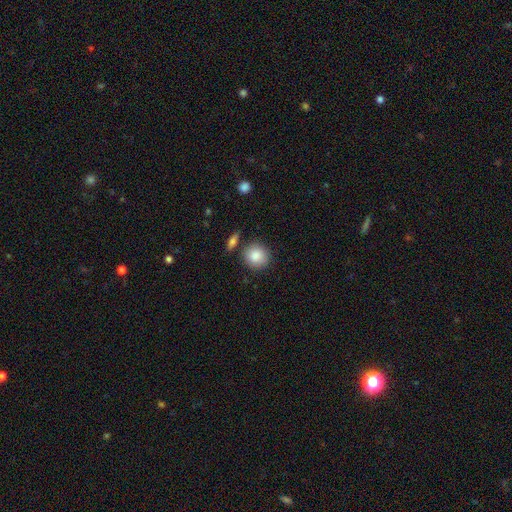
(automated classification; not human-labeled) The model was most divided on "merging": none: 81%, minor disturbance: 9%, merger: 7%, major disturbance: 3%. More confident: how rounded — round (89%); smooth or featured — smooth (86%).